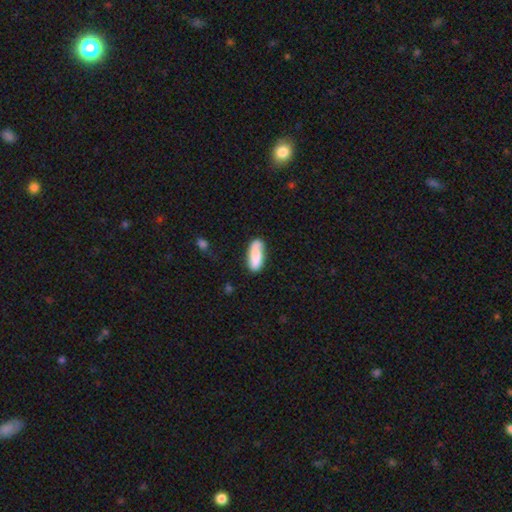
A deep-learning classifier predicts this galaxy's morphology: smooth 73%, featured or disk 21%, star or artifact 6%. Down the decision tree: how rounded — in between (72%); merging — none (68%).